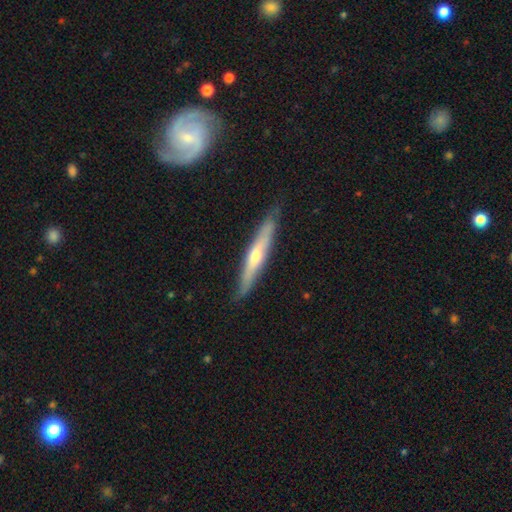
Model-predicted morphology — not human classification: This appears to be a featured or disk galaxy (71%) viewed edge-on (91%) with a rounded central bulge (80%). Merging: none (86%).